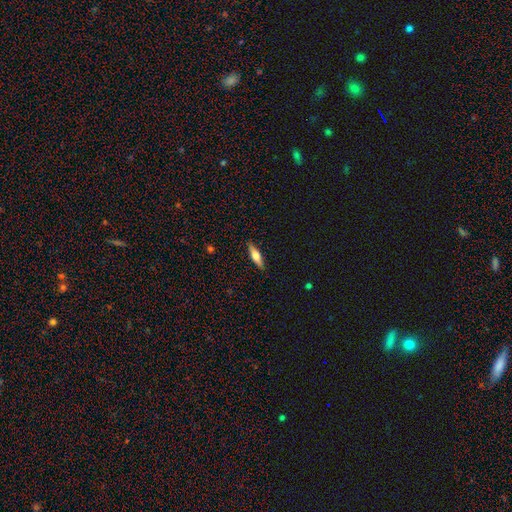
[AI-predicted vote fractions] The model was most divided on "how rounded": cigar-shaped: 58%, in between: 40%, round: 2%. More confident: merging — none (87%); smooth or featured — smooth (56%).